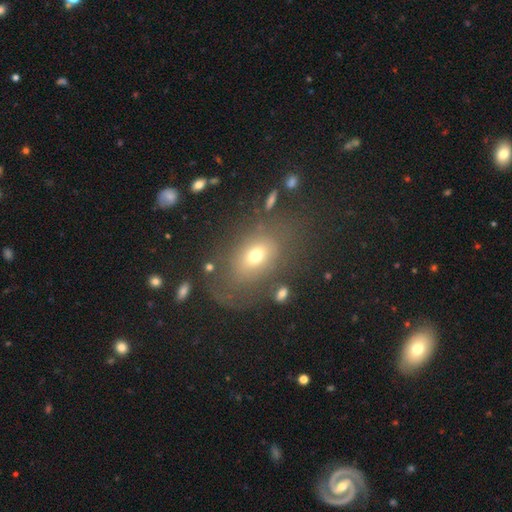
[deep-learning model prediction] smooth_or_featured: smooth (p=0.63) [alt: featured or disk p=0.22]
how_rounded: in between (p=0.68) [alt: round p=0.30]
merging: none (p=0.63) [alt: minor disturbance p=0.17]